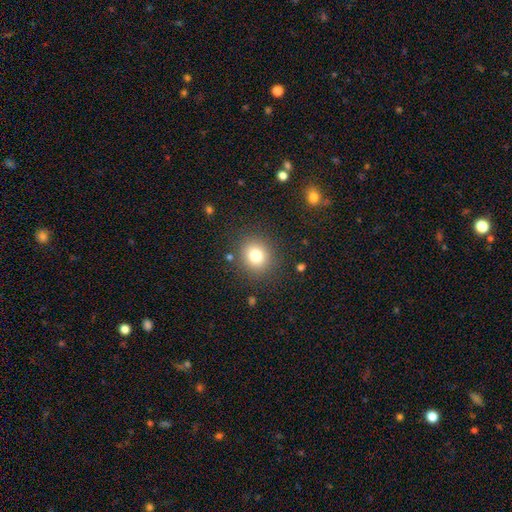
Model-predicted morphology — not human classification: A smooth galaxy with no disk features (78%) that is round (80%). Merging: none (86%).